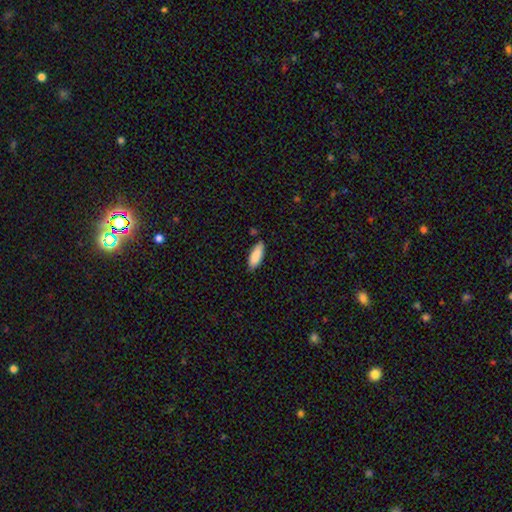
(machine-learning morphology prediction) Overall: smooth (88%). How rounded: in between (71%). Merging: none (80%).